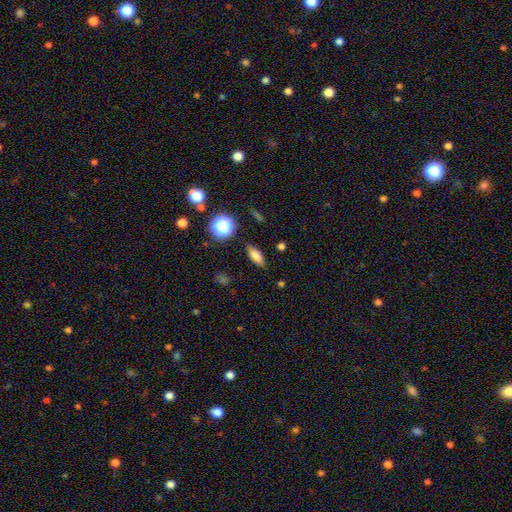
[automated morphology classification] Smooth or featured?
  - smooth: 76% *
  - star or artifact: 12%
  - featured or disk: 12%
How rounded?
  - in between: 70% *
  - cigar-shaped: 22%
  - round: 8%
Merging?
  - none: 85% *
  - minor disturbance: 10%
  - major disturbance: 3%
  - merger: 2%